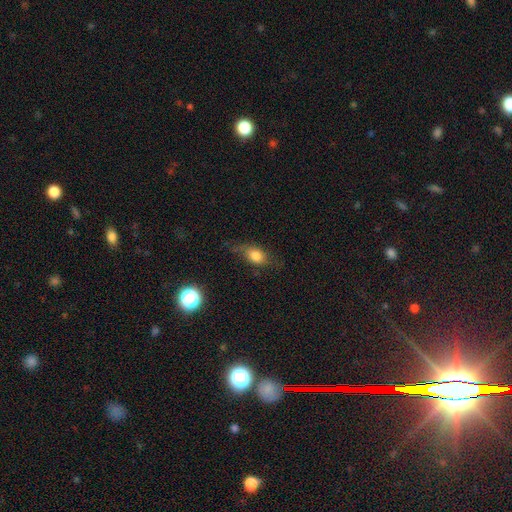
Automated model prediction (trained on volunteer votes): Smooth or featured?
  - smooth: 74% *
  - featured or disk: 15%
  - star or artifact: 11%
How rounded?
  - in between: 72% *
  - round: 22%
  - cigar-shaped: 6%
Merging?
  - none: 57% *
  - minor disturbance: 28%
  - major disturbance: 13%
  - merger: 2%